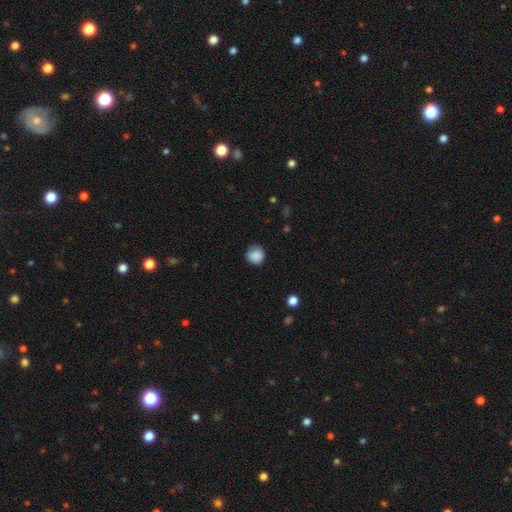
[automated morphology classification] Smooth or featured?
  - smooth: 87% *
  - star or artifact: 9%
  - featured or disk: 4%
How rounded?
  - round: 92% *
  - in between: 7%
  - cigar-shaped: 1%
Merging?
  - none: 83% *
  - minor disturbance: 13%
  - major disturbance: 3%
  - merger: 1%